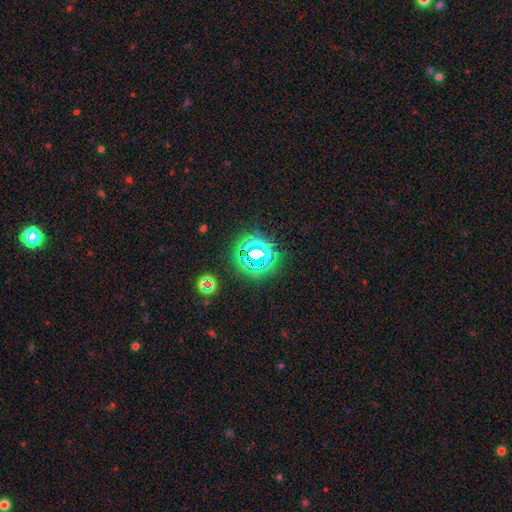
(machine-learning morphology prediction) smooth_or_featured: star or artifact (p=0.76) [alt: smooth p=0.17]